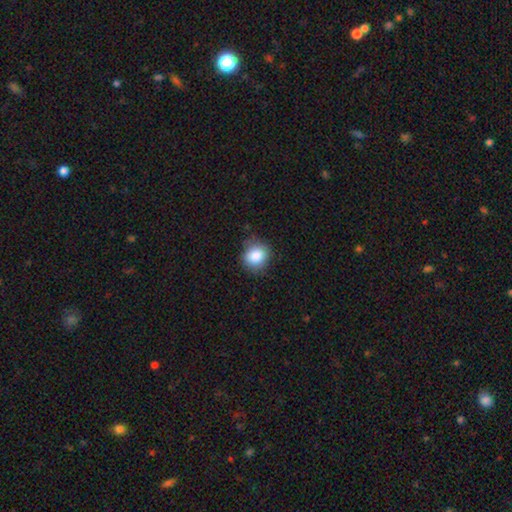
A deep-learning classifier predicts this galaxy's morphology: smooth-or-featured: smooth: 85% | star or artifact: 9% | featured or disk: 6%
  how-rounded: round: 80% | in between: 19% | cigar-shaped: 1%
  merging: none: 79% | minor disturbance: 16% | major disturbance: 4% | merger: 1%